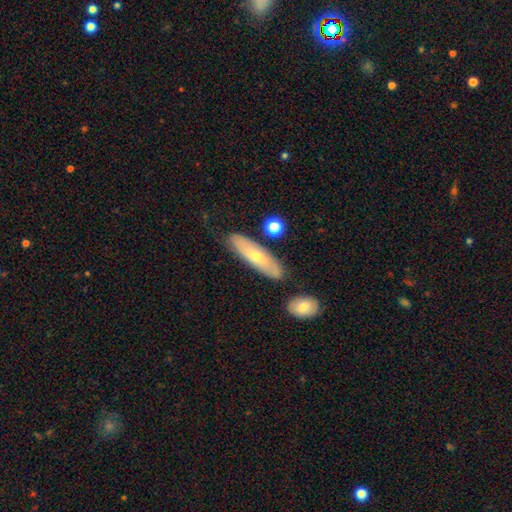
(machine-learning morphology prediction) Q: Smooth or featured?
A: smooth (52%); runner-up: featured or disk (41%)
Q: How rounded?
A: cigar-shaped (61%); runner-up: in between (37%)
Q: Merging?
A: none (77%); runner-up: minor disturbance (15%)